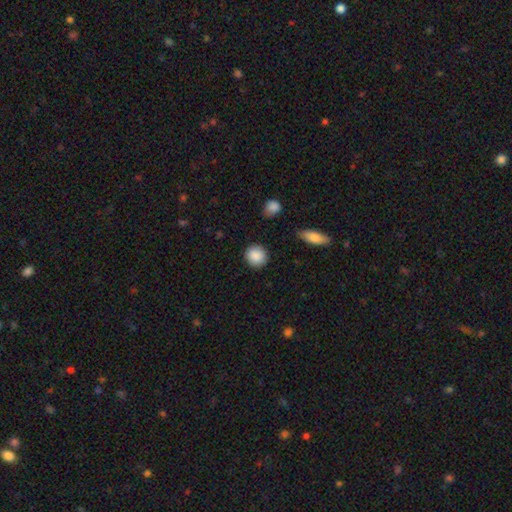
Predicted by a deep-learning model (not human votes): A smooth galaxy with no disk features (89%) that is round (88%).

Vote fractions:
- Smooth or featured? smooth: 89% / star or artifact: 7% / featured or disk: 4%
- How rounded? round: 88% / in between: 11% / cigar-shaped: 1%
- Merging? none: 89% / minor disturbance: 7% / major disturbance: 2% / merger: 1%